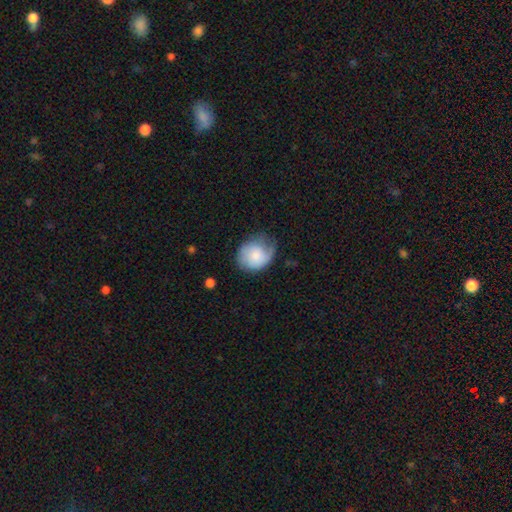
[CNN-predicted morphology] Smooth or featured: smooth — 64% (featured or disk — 29%)
How rounded: round — 62% (in between — 38%)
Merging: none — 44% (minor disturbance — 37%)